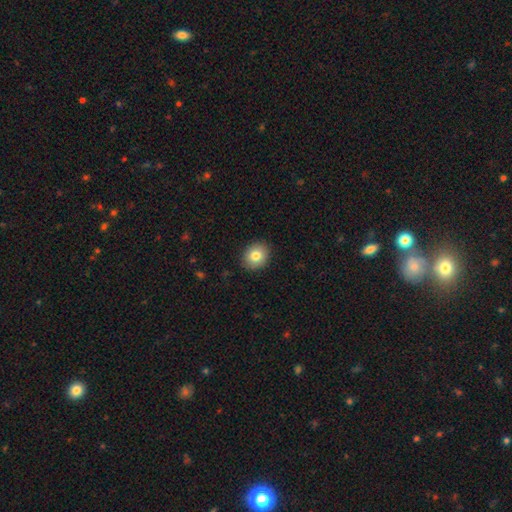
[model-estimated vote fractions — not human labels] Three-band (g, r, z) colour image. It shows a smooth galaxy with no disk features (81%) that is round (70%). Merging: none (90%).